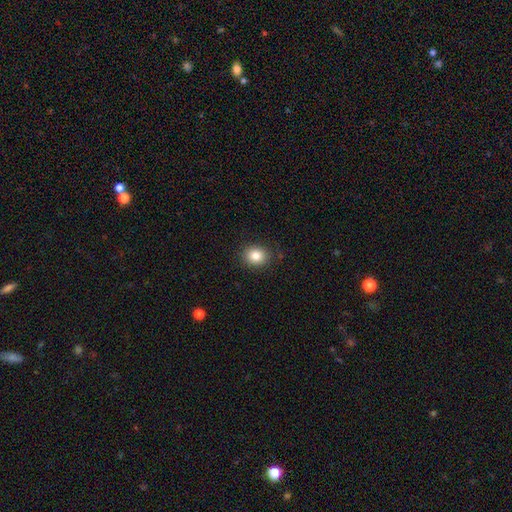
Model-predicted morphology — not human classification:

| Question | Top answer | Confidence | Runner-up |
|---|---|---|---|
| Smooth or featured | smooth | 84% | star or artifact (10%) |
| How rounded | round | 68% | in between (32%) |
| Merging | none | 87% | minor disturbance (9%) |